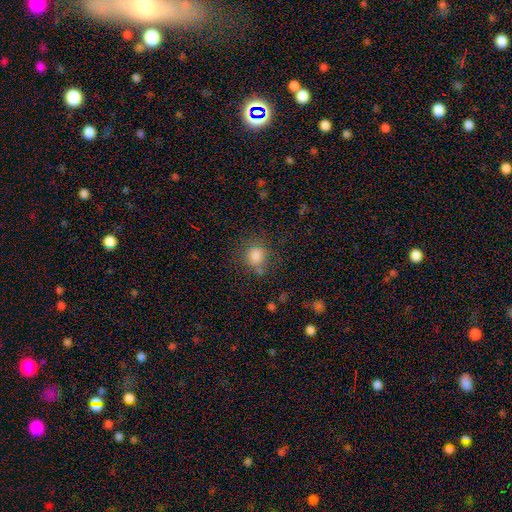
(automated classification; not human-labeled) Q: Smooth or featured?
A: smooth (83%); runner-up: star or artifact (12%)
Q: How rounded?
A: round (83%); runner-up: in between (16%)
Q: Merging?
A: none (76%); runner-up: minor disturbance (13%)